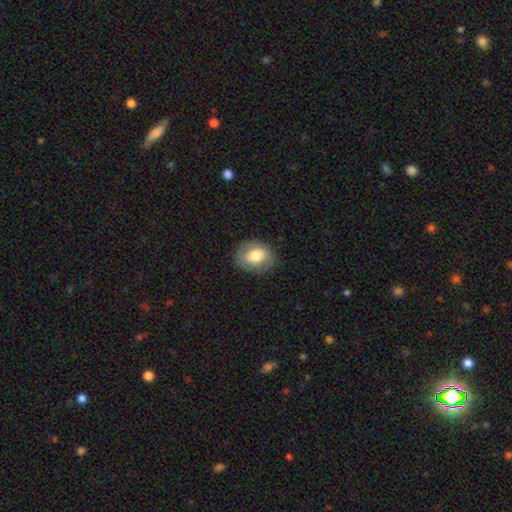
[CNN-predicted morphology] This is possibly a smooth galaxy (59%). How rounded: possibly in between (56%). Merging: clearly none (81%).